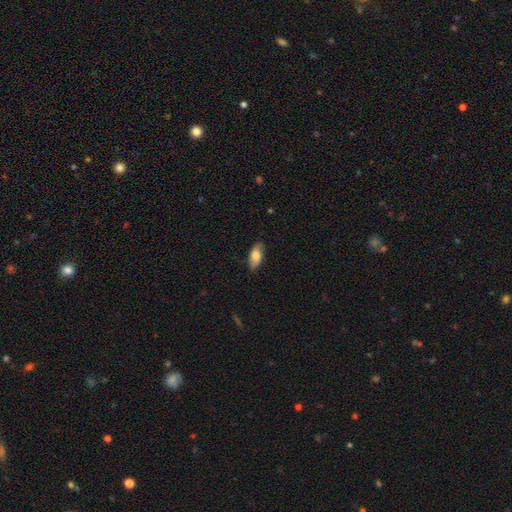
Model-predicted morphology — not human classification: Smooth or featured? smooth (72%)
How rounded? in between (88%)
Merging? none (83%)